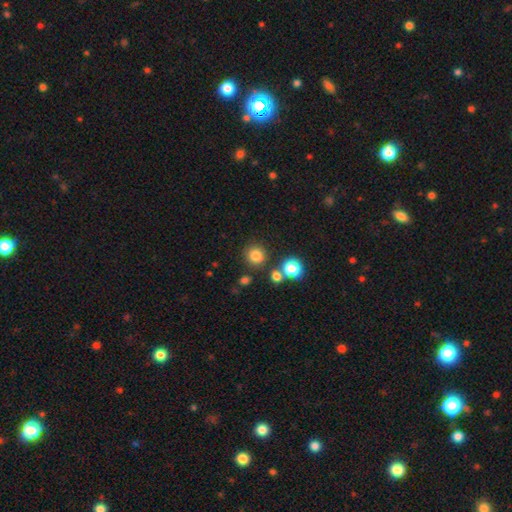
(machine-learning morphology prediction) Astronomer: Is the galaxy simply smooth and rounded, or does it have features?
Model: smooth — 80%.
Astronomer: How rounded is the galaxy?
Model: round — 93%.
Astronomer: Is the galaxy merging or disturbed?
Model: none — 83%.